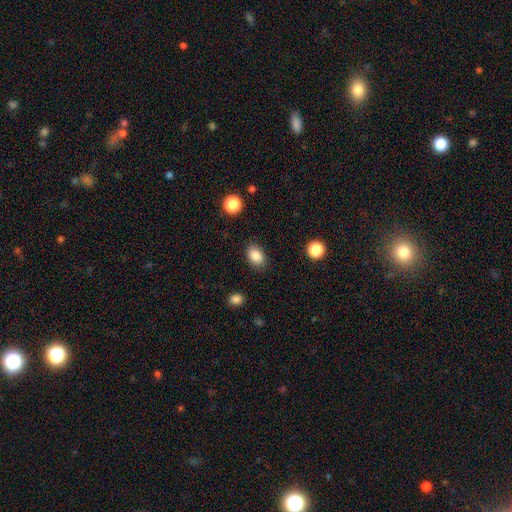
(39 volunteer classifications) smooth-or-featured: smooth: 92% | featured or disk: 5% | star or artifact: 3%
  how-rounded: in between: 78% | round: 19% | cigar-shaped: 3%
  merging: none: 84% | minor disturbance: 16% | major disturbance: 0% | merger: 0%